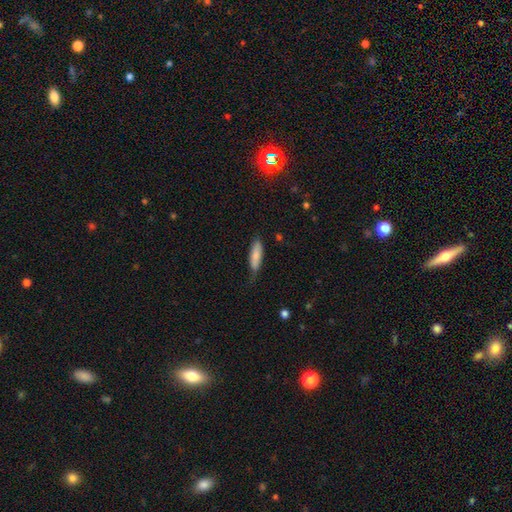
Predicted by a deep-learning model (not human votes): This appears to be a smooth galaxy with no disk features (82%) that is cigar-shaped (52%). Merging: none (57%).